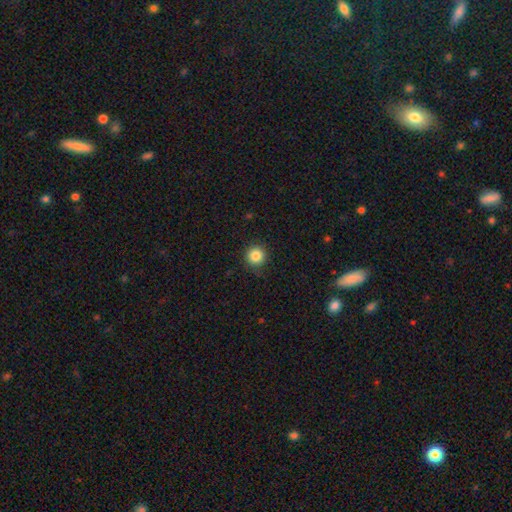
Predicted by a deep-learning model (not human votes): A smooth galaxy with no disk features (84%) that is round (95%).

Vote fractions:
- Smooth or featured? smooth: 84% / star or artifact: 11% / featured or disk: 5%
- How rounded? round: 95% / in between: 4% / cigar-shaped: 1%
- Merging? none: 88% / minor disturbance: 8% / major disturbance: 2% / merger: 1%